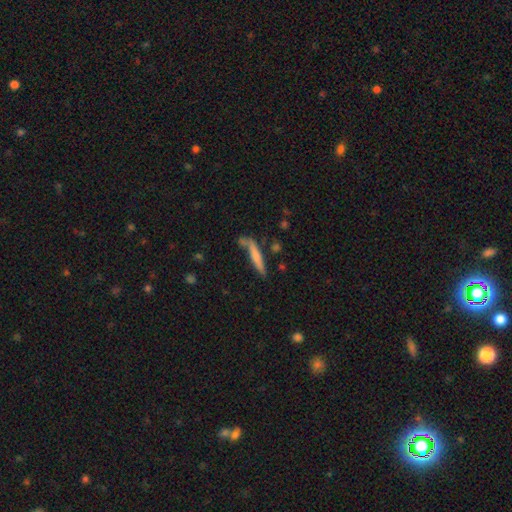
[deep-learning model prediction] This is likely a smooth galaxy (66%). How rounded: clearly cigar-shaped (91%). Merging: likely none (60%).